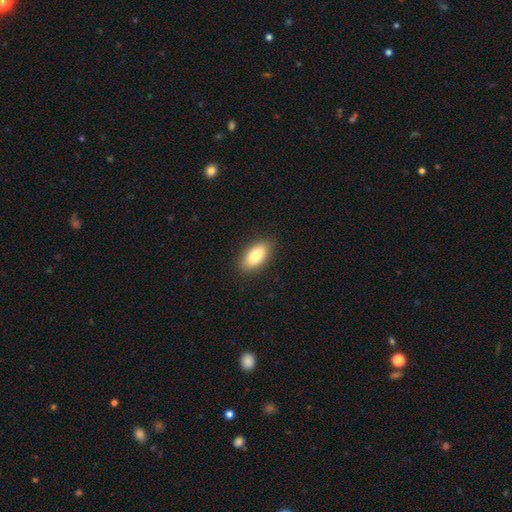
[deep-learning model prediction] Smooth or featured?
  - smooth: 82% *
  - featured or disk: 11%
  - star or artifact: 7%
How rounded?
  - in between: 90% *
  - cigar-shaped: 7%
  - round: 3%
Merging?
  - none: 89% *
  - minor disturbance: 8%
  - major disturbance: 2%
  - merger: 1%